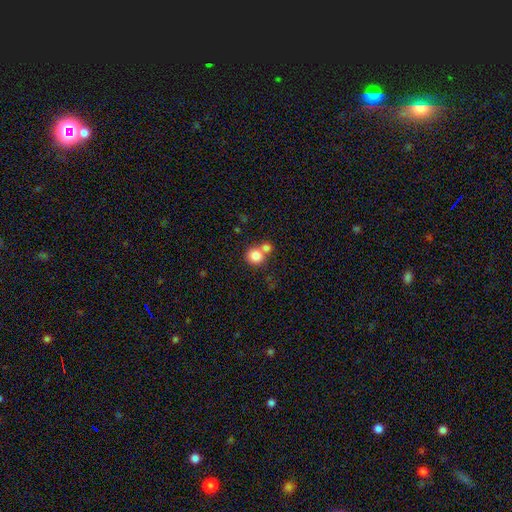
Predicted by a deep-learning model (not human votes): Smooth or featured?
  - smooth: 83% *
  - star or artifact: 10%
  - featured or disk: 8%
How rounded?
  - round: 87% *
  - in between: 12%
  - cigar-shaped: 1%
Merging?
  - none: 50% *
  - merger: 40%
  - minor disturbance: 7%
  - major disturbance: 3%